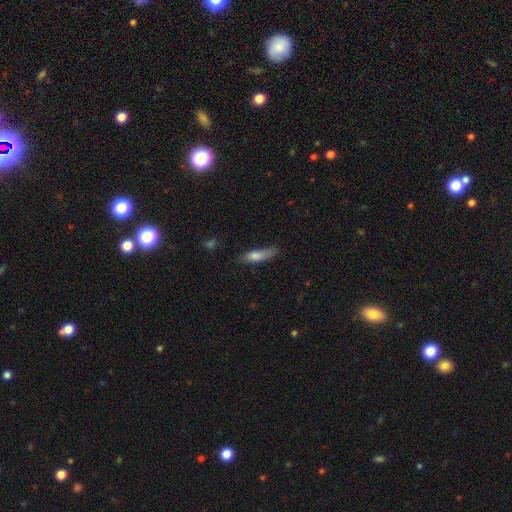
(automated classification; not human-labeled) Smooth or featured? Predicted: smooth (p=0.74). How rounded? Predicted: cigar-shaped (p=0.67). Merging? Predicted: none (p=0.64).